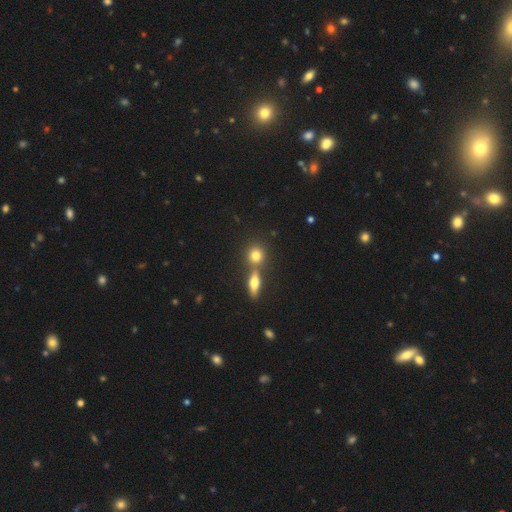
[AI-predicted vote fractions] smooth-or-featured: smooth: 75% | featured or disk: 13% | star or artifact: 11%
  how-rounded: round: 79% | in between: 17% | cigar-shaped: 4%
  merging: none: 55% | merger: 34% | minor disturbance: 8% | major disturbance: 3%